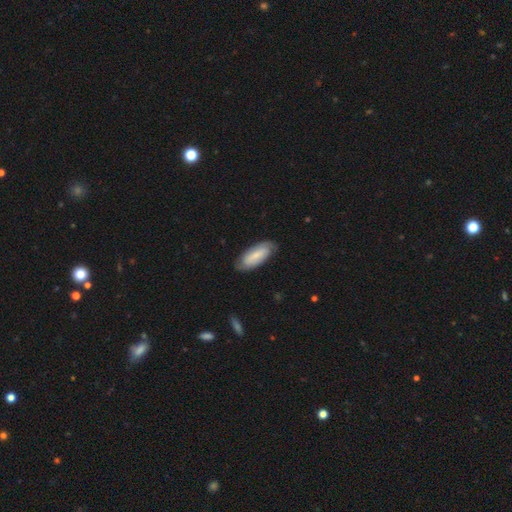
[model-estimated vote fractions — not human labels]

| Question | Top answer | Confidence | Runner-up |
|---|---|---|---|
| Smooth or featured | smooth | 52% | featured or disk (43%) |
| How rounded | in between | 79% | cigar-shaped (19%) |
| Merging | none | 78% | minor disturbance (16%) |